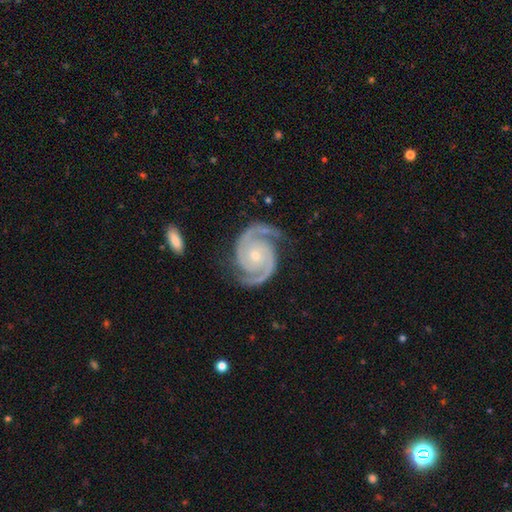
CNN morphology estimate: This is clearly a featured or disk galaxy (94%). It is clearly not viewed edge-on (98%). Bar: likely no (74%). Spiral arm pattern: clearly yes (99%). Spiral arm count: clearly 2 (94%). Spiral winding: possibly tight (52%). Central bulge: likely small (64%). Merging: clearly none (82%).